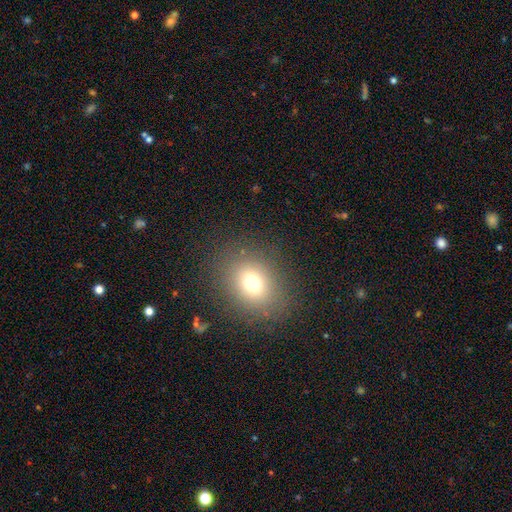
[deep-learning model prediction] Smooth or featured? smooth (71%)
How rounded? round (53%)
Merging? none (89%)